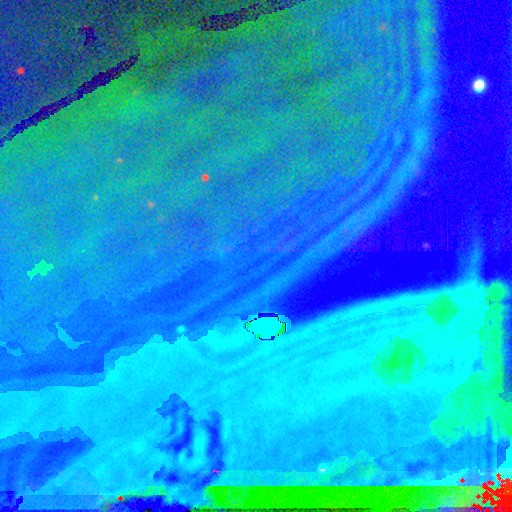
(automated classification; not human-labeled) A star or artifact, not a galaxy (86%).